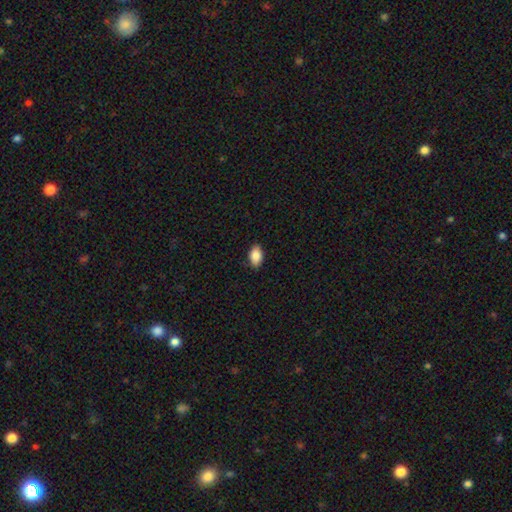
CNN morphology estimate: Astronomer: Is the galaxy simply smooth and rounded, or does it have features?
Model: smooth — 86%.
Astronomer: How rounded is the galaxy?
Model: in between — 91%.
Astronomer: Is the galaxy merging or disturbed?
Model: none — 88%.